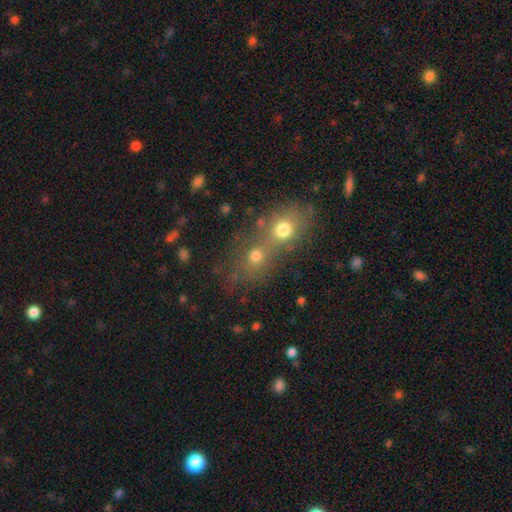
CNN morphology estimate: Smooth or featured? smooth (65%)
How rounded? round (72%)
Merging? merger (61%)